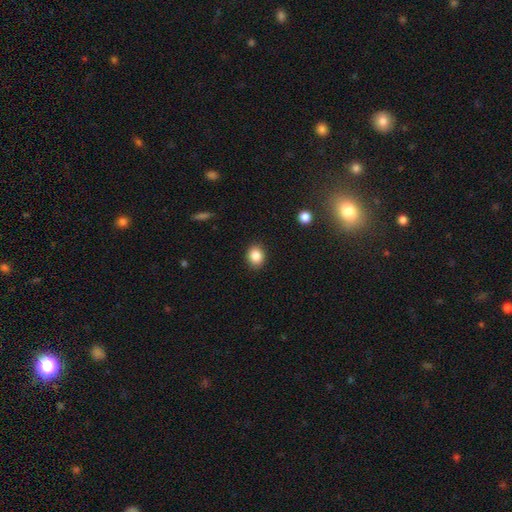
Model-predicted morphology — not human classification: Q: Smooth or featured?
A: smooth (86%); runner-up: star or artifact (9%)
Q: How rounded?
A: round (53%); runner-up: in between (46%)
Q: Merging?
A: none (89%); runner-up: minor disturbance (7%)